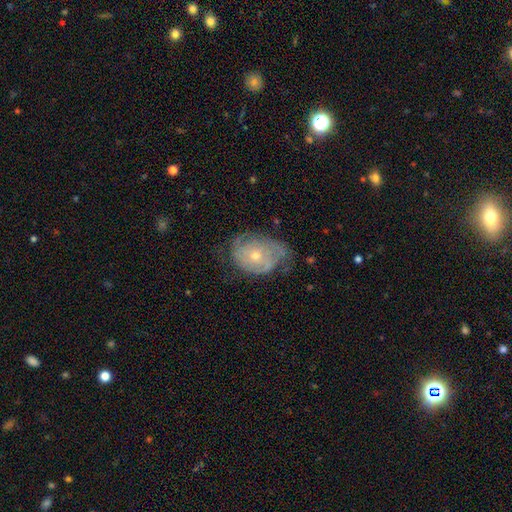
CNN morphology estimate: Smooth or featured?
  - featured or disk: 71% *
  - smooth: 22%
  - star or artifact: 8%
Edge-on disk?
  - no: 96% *
  - yes: 4%
Bar?
  - no: 82% *
  - weak: 15%
  - strong: 3%
Spiral arms?
  - yes: 83% *
  - no: 17%
Spiral winding?
  - tight: 61% *
  - medium: 28%
  - loose: 11%
Spiral arm count?
  - can't tell: 44% *
  - 2: 27%
  - 3: 15%
  - 1: 6%
  - 4: 5%
  - more than 4: 4%
Bulge size?
  - moderate: 49% *
  - small: 48%
  - large: 2%
  - none: 1%
  - dominant: 1%
Merging?
  - none: 54% *
  - minor disturbance: 30%
  - major disturbance: 14%
  - merger: 2%